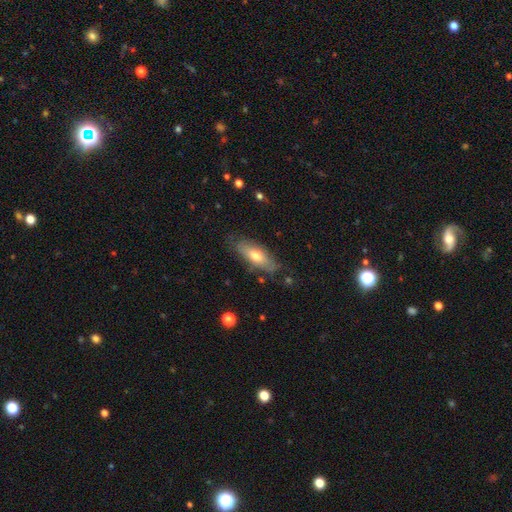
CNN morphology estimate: smooth 60%, featured or disk 34%, star or artifact 6%. Down the decision tree: how rounded — in between (68%); merging — none (75%).